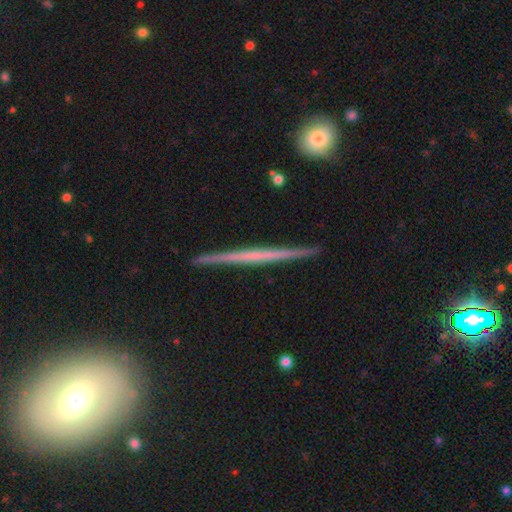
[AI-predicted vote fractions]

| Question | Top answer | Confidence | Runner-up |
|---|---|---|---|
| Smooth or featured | featured or disk | 69% | smooth (24%) |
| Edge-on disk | yes | 98% | no (2%) |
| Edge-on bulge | none | 83% | rounded (11%) |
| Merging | none | 91% | minor disturbance (7%) |